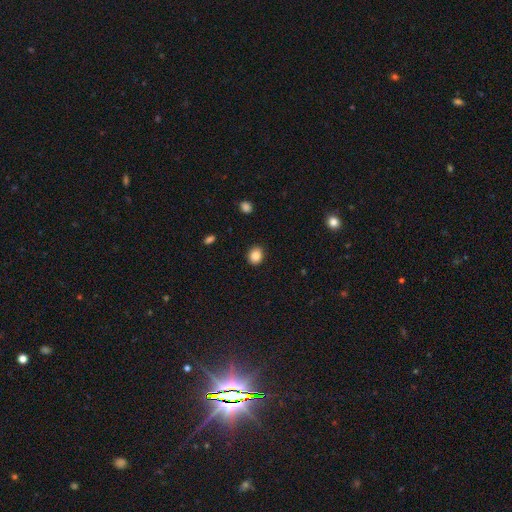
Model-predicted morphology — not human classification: Smooth or featured: smooth — 87% (star or artifact — 10%)
How rounded: round — 57% (in between — 42%)
Merging: none — 88% (minor disturbance — 8%)